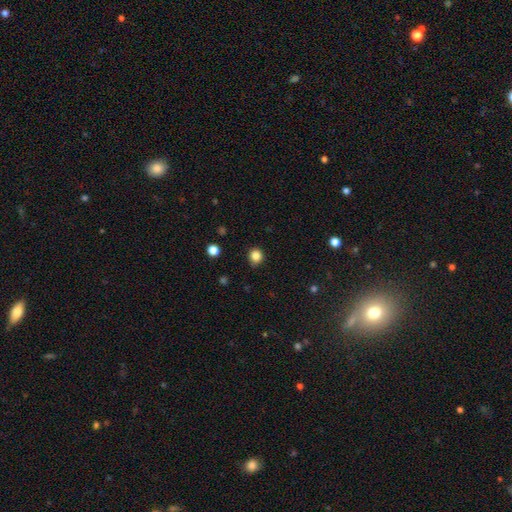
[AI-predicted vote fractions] Q: Smooth or featured?
A: smooth (84%); runner-up: star or artifact (12%)
Q: How rounded?
A: round (89%); runner-up: in between (10%)
Q: Merging?
A: none (88%); runner-up: minor disturbance (9%)